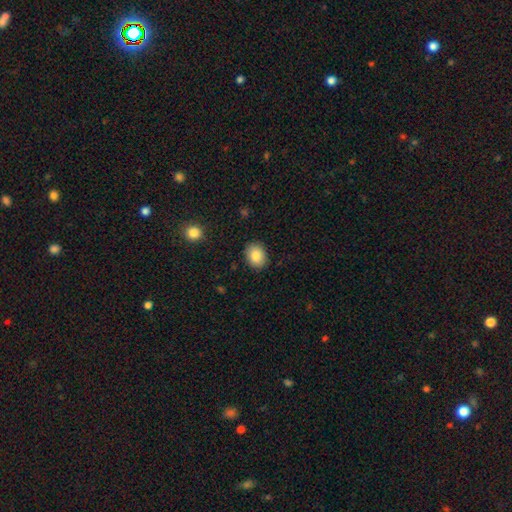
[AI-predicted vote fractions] smooth 86%, star or artifact 8%, featured or disk 6%. Down the decision tree: how rounded — in between (52%); merging — none (88%).